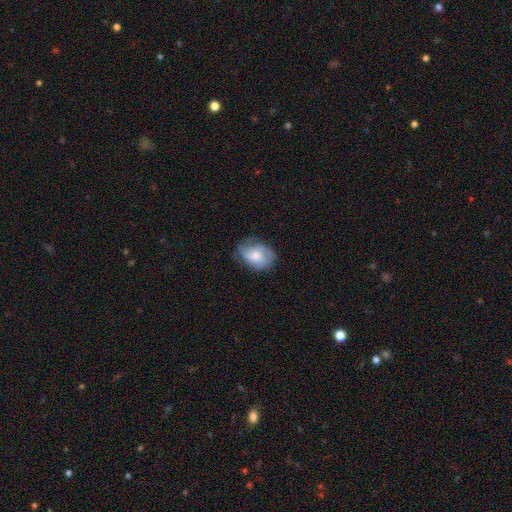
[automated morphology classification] This is possibly a featured or disk galaxy (48%). Merging: likely none (63%).